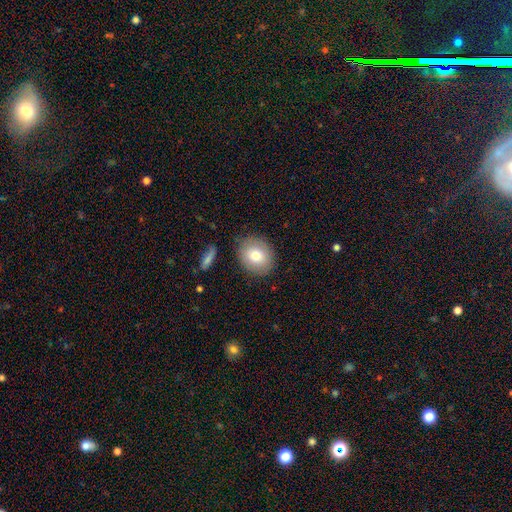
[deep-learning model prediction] Morphology: type=smooth (77%); roundness=round (64%); merging=none (84%).